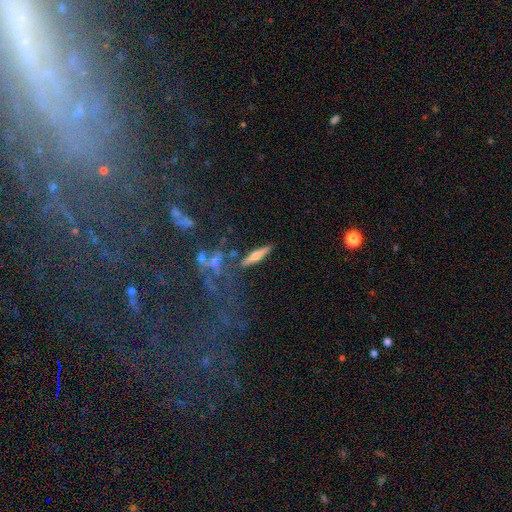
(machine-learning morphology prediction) This appears to be a smooth galaxy with no disk features (48%). Merging: none (78%).